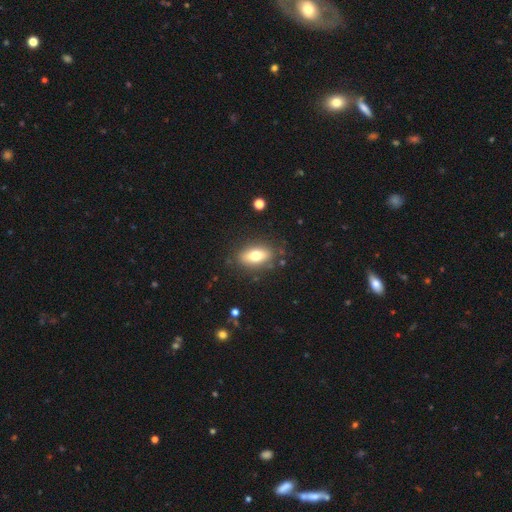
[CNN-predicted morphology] Smooth or featured? Predicted: smooth (p=0.71). How rounded? Predicted: in between (p=0.84). Merging? Predicted: none (p=0.83).